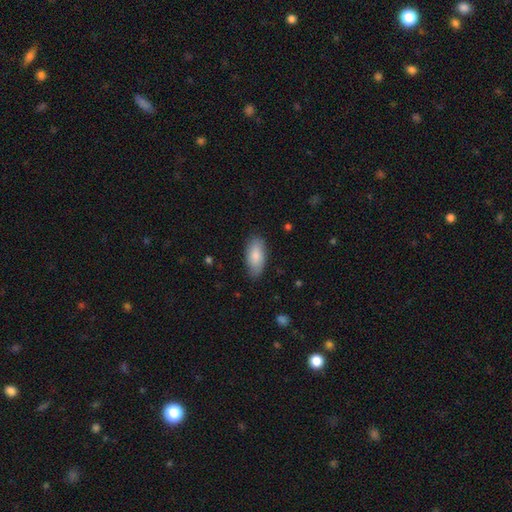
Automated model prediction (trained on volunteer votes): Smooth or featured?
  - smooth: 83% *
  - featured or disk: 12%
  - star or artifact: 6%
How rounded?
  - in between: 87% *
  - cigar-shaped: 11%
  - round: 2%
Merging?
  - none: 83% *
  - minor disturbance: 13%
  - major disturbance: 3%
  - merger: 1%